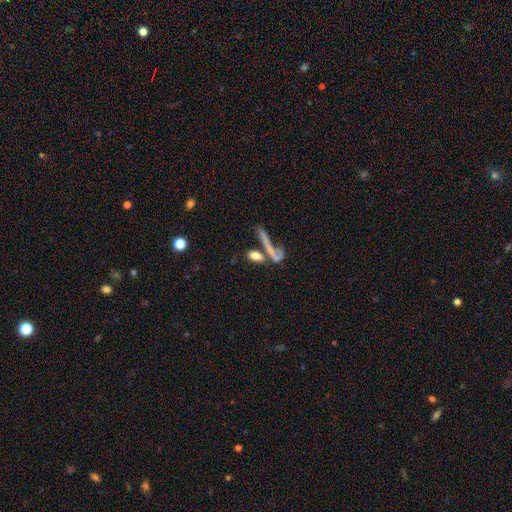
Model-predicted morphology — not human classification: type=smooth (68%); roundness=in between (49%); merging=merger (38%).